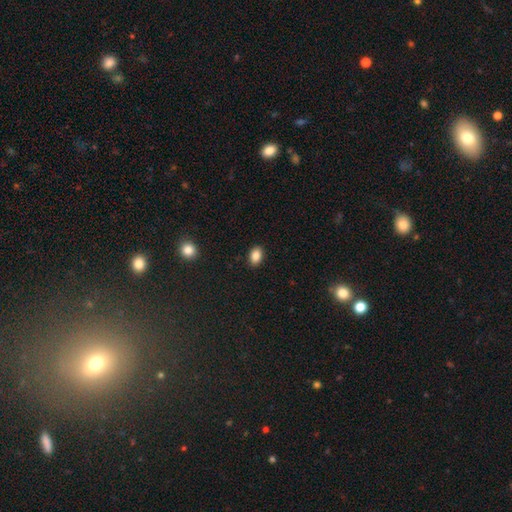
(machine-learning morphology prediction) Overall: smooth (86%). How rounded: in between (83%). Merging: none (89%).